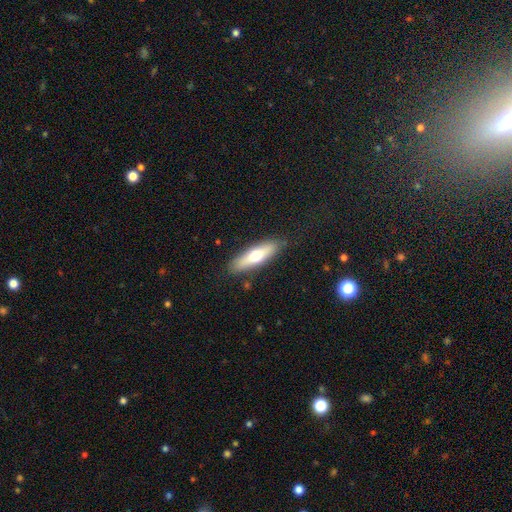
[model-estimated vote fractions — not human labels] Smooth or featured? smooth (60%)
How rounded? cigar-shaped (60%)
Merging? none (86%)